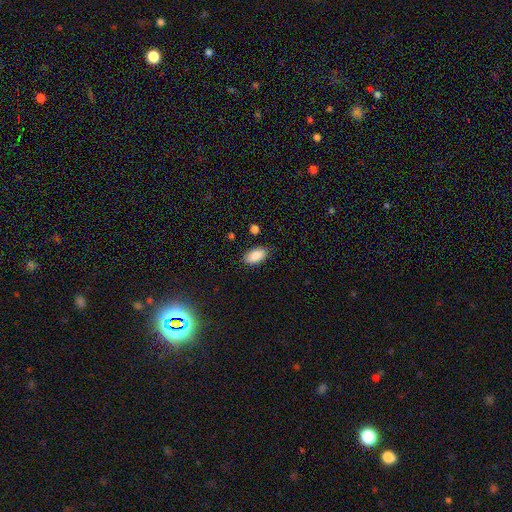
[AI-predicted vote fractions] This is clearly a smooth galaxy (89%). How rounded: clearly in between (93%). Merging: clearly none (83%).